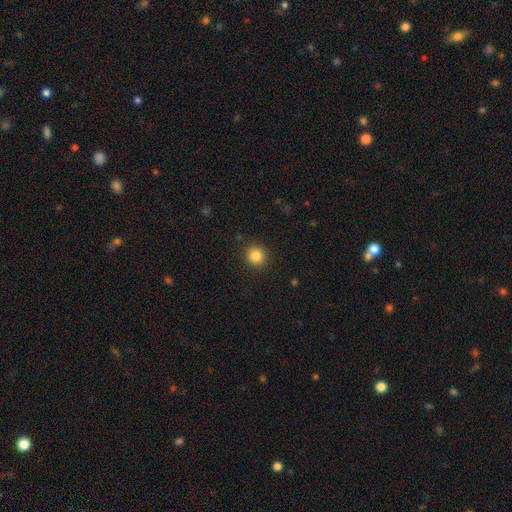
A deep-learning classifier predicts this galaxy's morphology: The model was most divided on "smooth or featured": smooth: 85%, star or artifact: 11%, featured or disk: 4%. More confident: merging — none (90%); how rounded — round (90%).